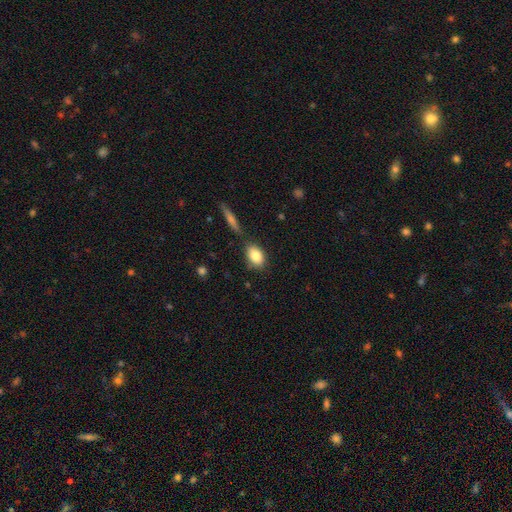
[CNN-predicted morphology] A smooth galaxy with no disk features (82%) that is in between round and cigar-shaped (80%).

Vote fractions:
- Smooth or featured? smooth: 82% / featured or disk: 10% / star or artifact: 8%
- How rounded? in between: 80% / round: 17% / cigar-shaped: 3%
- Merging? none: 74% / minor disturbance: 15% / merger: 8% / major disturbance: 4%